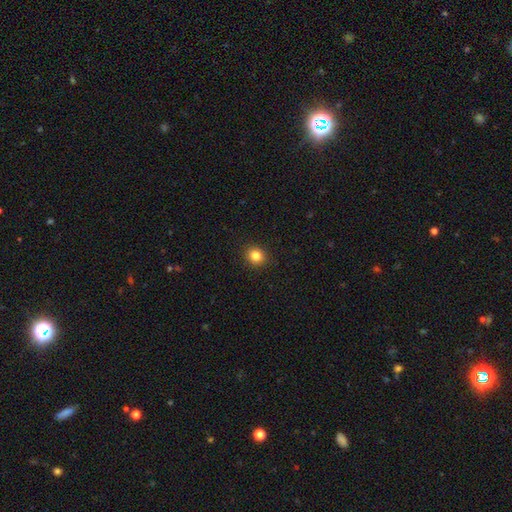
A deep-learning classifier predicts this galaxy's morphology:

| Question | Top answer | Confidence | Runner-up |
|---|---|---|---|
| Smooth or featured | smooth | 83% | star or artifact (12%) |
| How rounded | round | 84% | in between (15%) |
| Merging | none | 92% | minor disturbance (5%) |